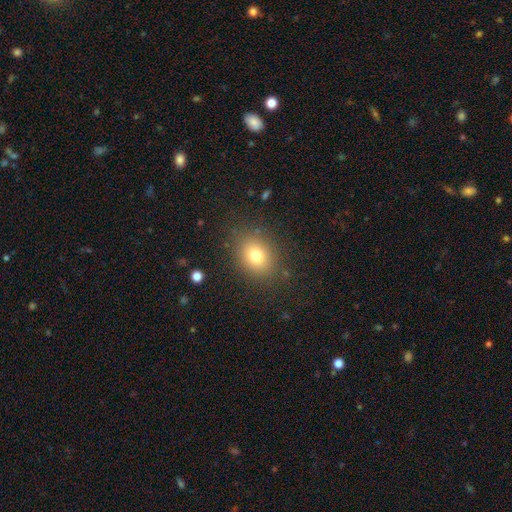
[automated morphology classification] smooth_or_featured: smooth (p=0.75) [alt: star or artifact p=0.14]
how_rounded: round (p=0.55) [alt: in between p=0.44]
merging: none (p=0.84) [alt: minor disturbance p=0.10]